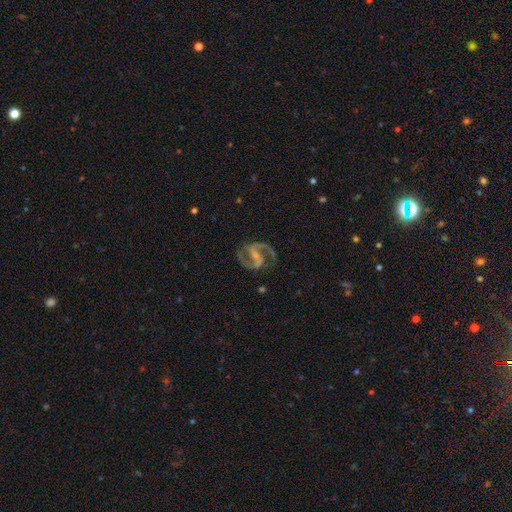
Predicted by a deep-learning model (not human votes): A featured or disk galaxy (92%) with a strong bar (47%), 2 (94%) medium (67%) spiral arms (98%) and a small central bulge (58%). Merging: none (79%).